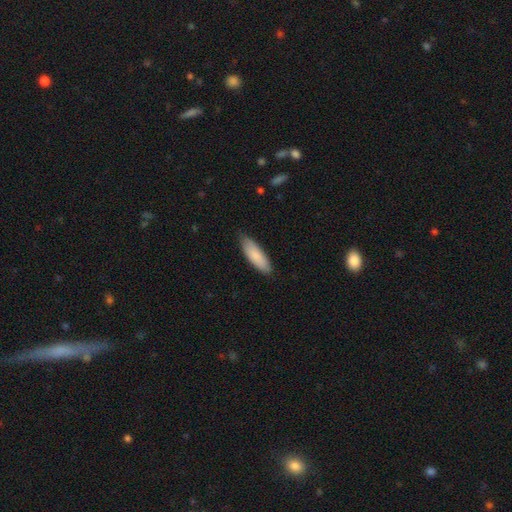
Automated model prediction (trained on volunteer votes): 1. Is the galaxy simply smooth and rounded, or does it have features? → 85% smooth, 10% featured or disk, 5% star or artifact.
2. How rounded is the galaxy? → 57% in between, 42% cigar-shaped, 1% round.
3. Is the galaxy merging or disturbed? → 81% none, 15% minor disturbance, 2% major disturbance, 1% merger.